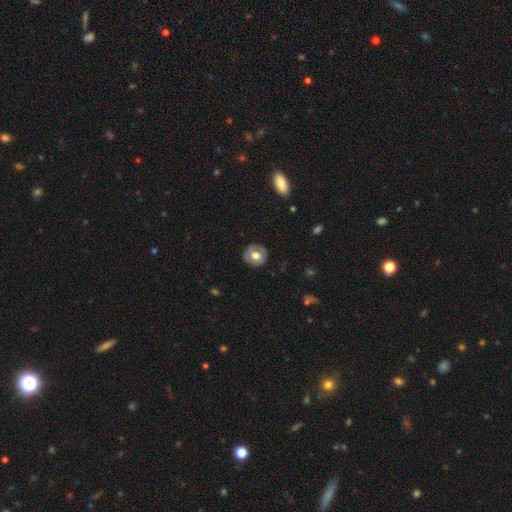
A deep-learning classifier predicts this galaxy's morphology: smooth_or_featured: smooth (p=0.59) [alt: featured or disk p=0.34]
how_rounded: round (p=0.85) [alt: in between p=0.14]
merging: none (p=0.85) [alt: minor disturbance p=0.11]